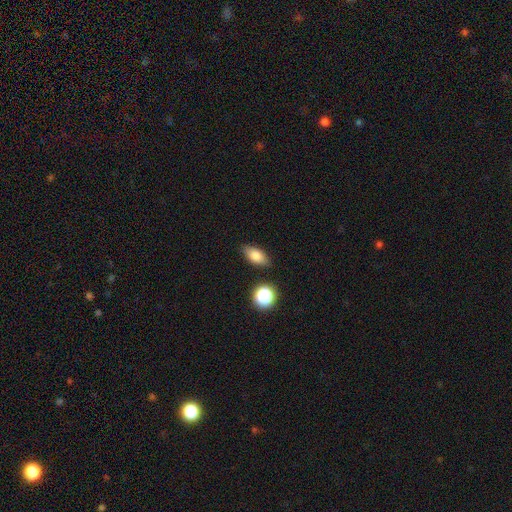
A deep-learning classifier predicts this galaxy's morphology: Smooth or featured? smooth (81%)
How rounded? in between (85%)
Merging? none (84%)